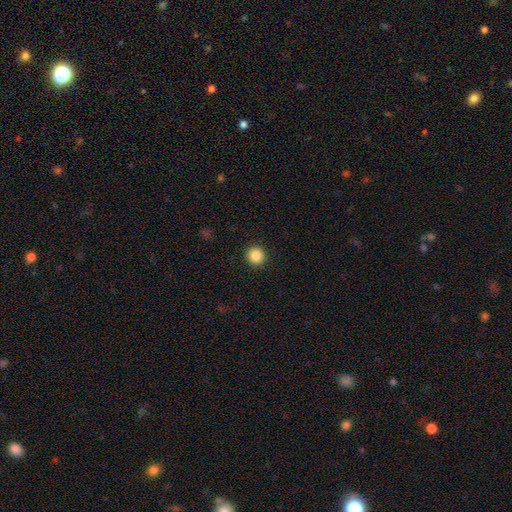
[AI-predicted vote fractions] A smooth galaxy with no disk features (87%) that is round (93%). Merging: none (92%).